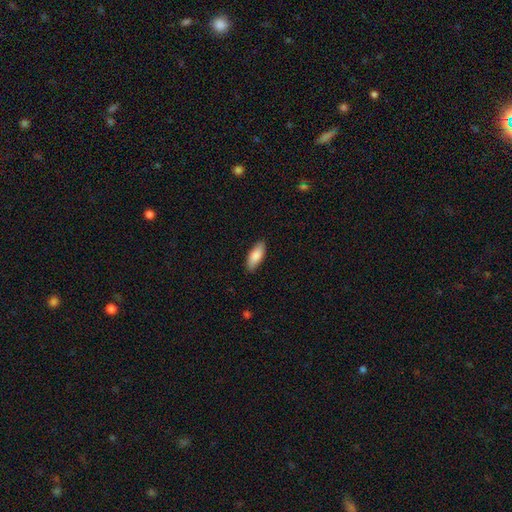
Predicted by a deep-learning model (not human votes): A smooth galaxy with no disk features (85%) that is in between round and cigar-shaped (78%). Merging: none (87%).